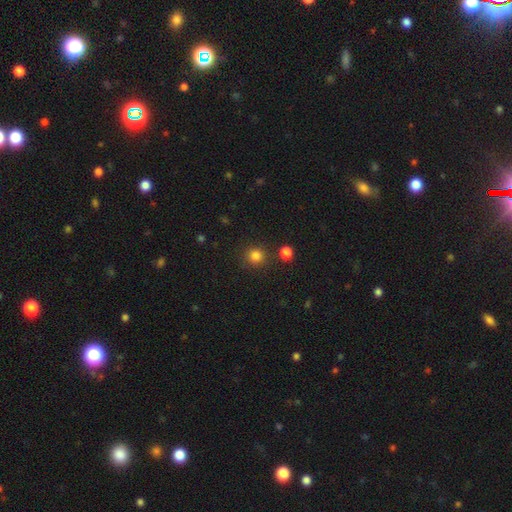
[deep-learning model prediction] A smooth galaxy with no disk features (82%) that is round (92%).

Vote fractions:
- Smooth or featured? smooth: 82% / star or artifact: 13% / featured or disk: 4%
- How rounded? round: 92% / in between: 7% / cigar-shaped: 1%
- Merging? none: 85% / minor disturbance: 7% / merger: 5% / major disturbance: 3%